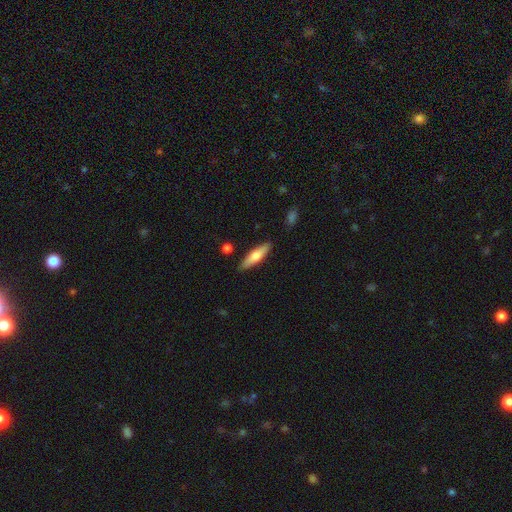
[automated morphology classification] Q: Smooth or featured?
A: smooth (61%); runner-up: featured or disk (33%)
Q: How rounded?
A: cigar-shaped (68%); runner-up: in between (30%)
Q: Merging?
A: none (87%); runner-up: minor disturbance (9%)